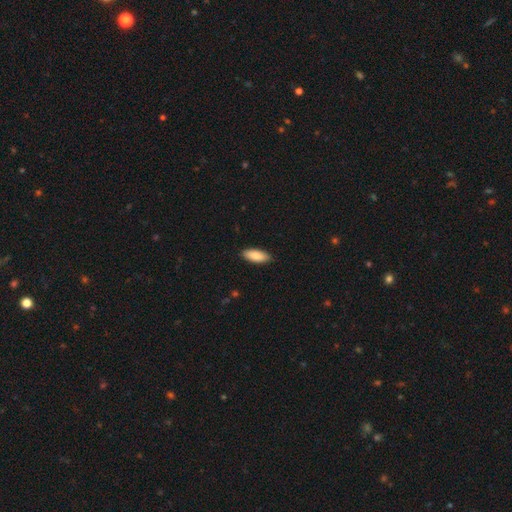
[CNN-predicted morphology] smooth-or-featured: smooth: 86% | featured or disk: 9% | star or artifact: 5%
  how-rounded: in between: 77% | cigar-shaped: 21% | round: 2%
  merging: none: 89% | minor disturbance: 8% | major disturbance: 2% | merger: 1%